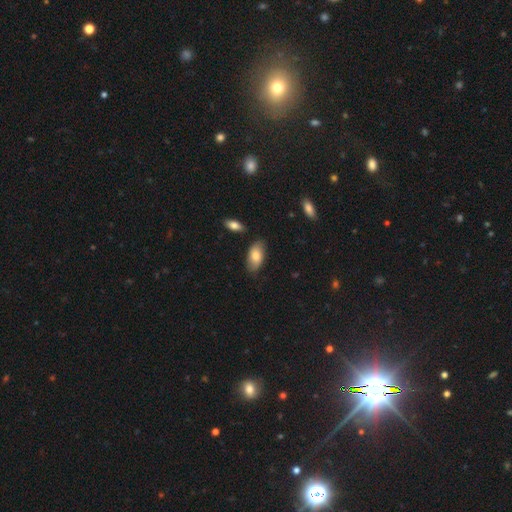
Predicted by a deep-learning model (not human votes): A smooth galaxy with no disk features (78%) that is in between round and cigar-shaped (94%).

Vote fractions:
- Smooth or featured? smooth: 78% / featured or disk: 16% / star or artifact: 6%
- How rounded? in between: 94% / cigar-shaped: 3% / round: 3%
- Merging? none: 79% / minor disturbance: 16% / merger: 3% / major disturbance: 3%